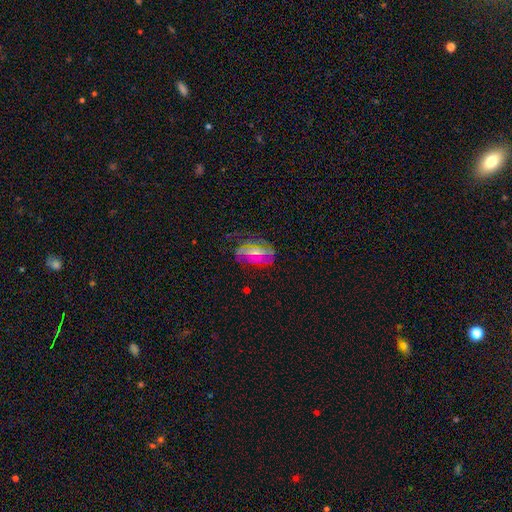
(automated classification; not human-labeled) Overall: featured or disk (57%; smooth 27%). Edge-on disk: no (92%). Bar: no (44%; weak 37%). Spiral arms: yes (70%). Bulge size: small (51%; moderate 40%). Merging: none (62%; minor disturbance 23%).